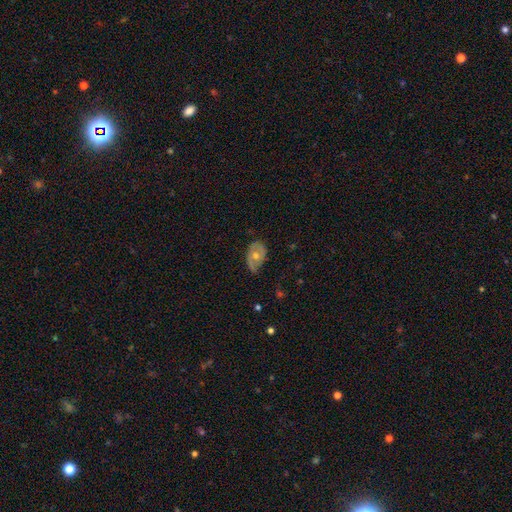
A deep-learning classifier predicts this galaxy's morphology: smooth_or_featured: featured or disk (p=0.62) [alt: smooth p=0.31]
disk_edge_on: no (p=0.94) [alt: yes p=0.06]
bar: no (p=0.79) [alt: weak p=0.17]
has_spiral_arms: yes (p=0.61) [alt: no p=0.39]
bulge_size: moderate (p=0.69) [alt: small p=0.26]
merging: none (p=0.64) [alt: minor disturbance p=0.27]